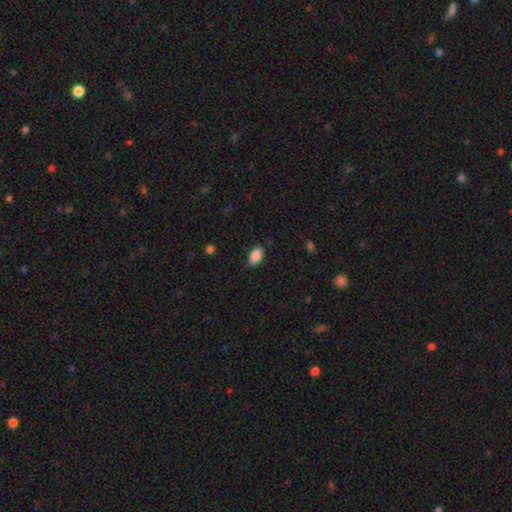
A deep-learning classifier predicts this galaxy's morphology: A smooth galaxy with no disk features (89%) that is in between round and cigar-shaped (93%).

Vote fractions:
- Smooth or featured? smooth: 89% / star or artifact: 7% / featured or disk: 4%
- How rounded? in between: 93% / round: 5% / cigar-shaped: 2%
- Merging? none: 82% / minor disturbance: 14% / major disturbance: 3% / merger: 1%